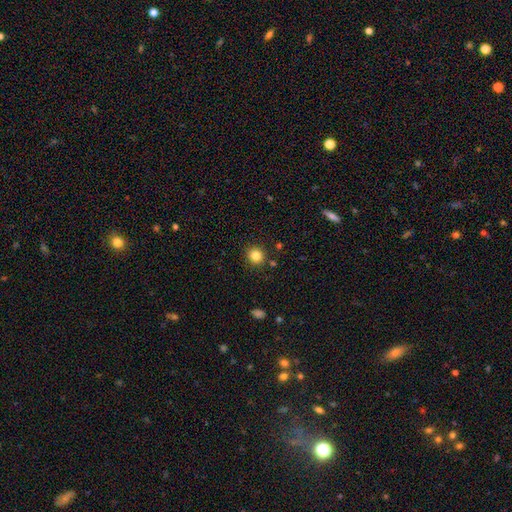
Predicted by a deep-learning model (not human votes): A smooth galaxy with no disk features (83%) that is round (90%).

Vote fractions:
- Smooth or featured? smooth: 83% / star or artifact: 12% / featured or disk: 5%
- How rounded? round: 90% / in between: 9% / cigar-shaped: 1%
- Merging? none: 89% / minor disturbance: 7% / merger: 3% / major disturbance: 2%